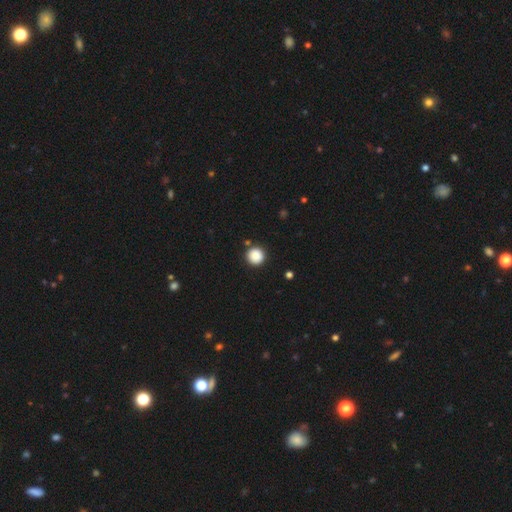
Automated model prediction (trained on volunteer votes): smooth_or_featured: smooth (p=0.88) [alt: star or artifact p=0.10]
how_rounded: round (p=0.96) [alt: in between p=0.03]
merging: none (p=0.89) [alt: minor disturbance p=0.06]